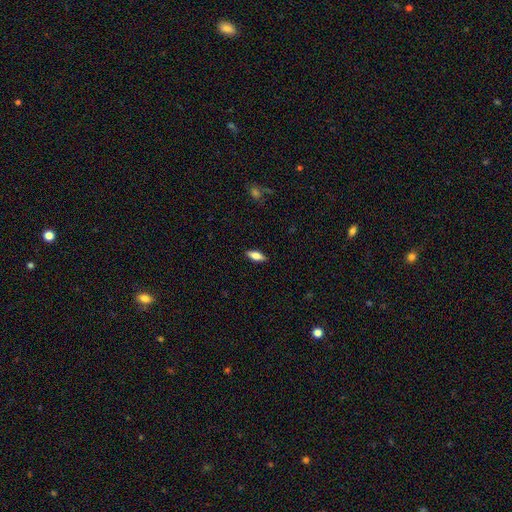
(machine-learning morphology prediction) smooth-or-featured: smooth: 73% | featured or disk: 20% | star or artifact: 7%
  how-rounded: in between: 77% | cigar-shaped: 20% | round: 3%
  merging: none: 88% | minor disturbance: 9% | major disturbance: 2% | merger: 1%